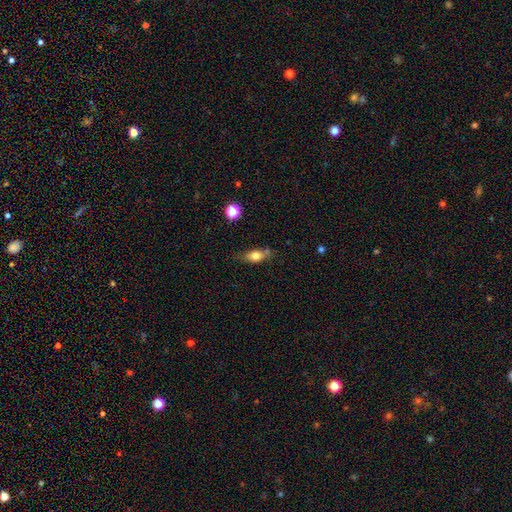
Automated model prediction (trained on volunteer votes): Morphology: type=smooth (73%); roundness=in between (75%); merging=none (61%).